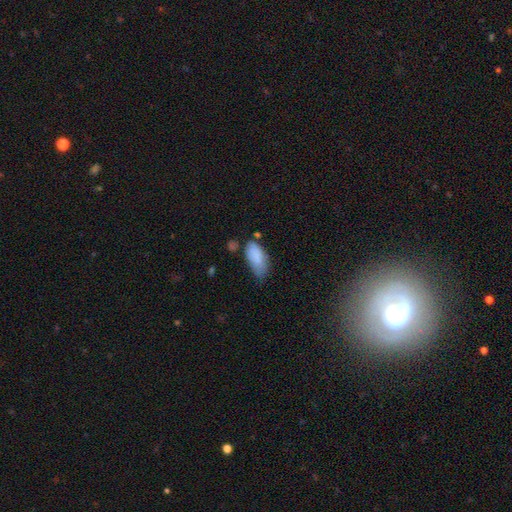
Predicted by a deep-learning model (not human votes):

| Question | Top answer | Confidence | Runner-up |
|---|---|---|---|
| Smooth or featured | smooth | 85% | featured or disk (8%) |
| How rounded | in between | 89% | cigar-shaped (9%) |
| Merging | none | 46% | minor disturbance (37%) |